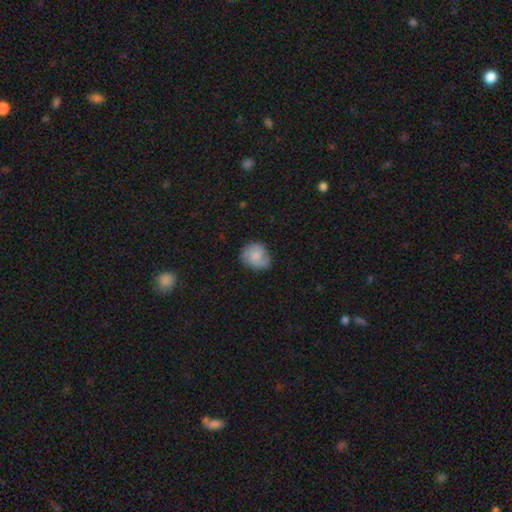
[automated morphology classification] Q: Smooth or featured?
A: smooth (66%); runner-up: featured or disk (26%)
Q: How rounded?
A: round (65%); runner-up: in between (34%)
Q: Merging?
A: none (65%); runner-up: minor disturbance (26%)